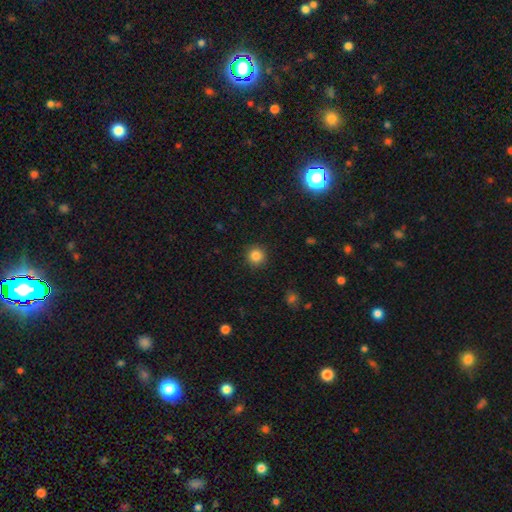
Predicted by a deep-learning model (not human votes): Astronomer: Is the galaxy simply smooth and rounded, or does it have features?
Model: smooth — 84%.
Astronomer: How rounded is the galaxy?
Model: round — 94%.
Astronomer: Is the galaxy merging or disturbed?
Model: none — 91%.